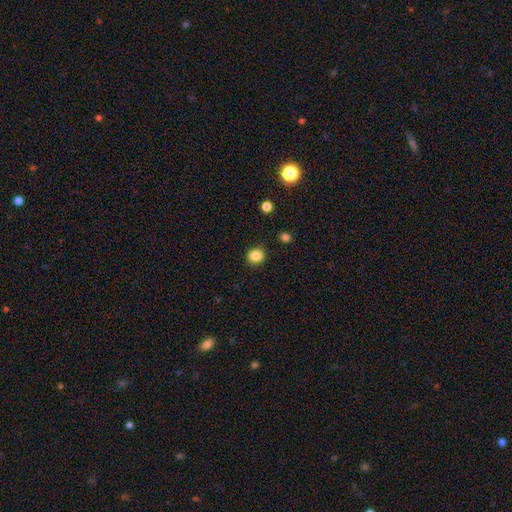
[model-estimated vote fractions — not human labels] Smooth or featured: smooth — 85% (star or artifact — 11%)
How rounded: round — 80% (in between — 20%)
Merging: none — 89% (minor disturbance — 7%)